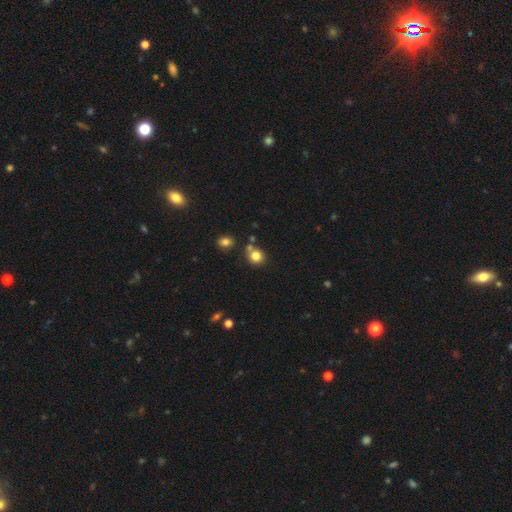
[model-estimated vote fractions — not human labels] Smooth or featured? smooth (81%)
How rounded? round (85%)
Merging? none (69%)